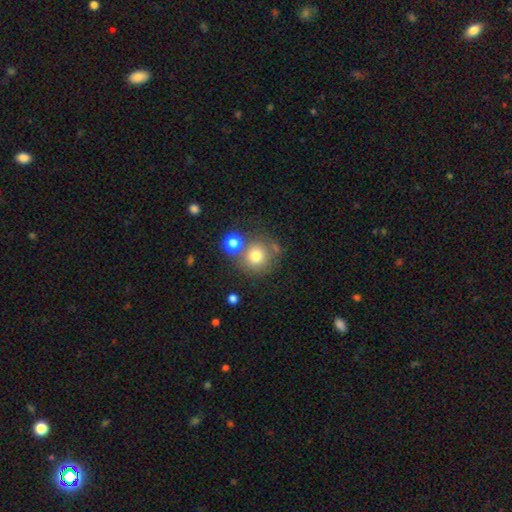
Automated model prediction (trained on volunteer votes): Overall: smooth (75%). How rounded: round (92%). Merging: none (64%).